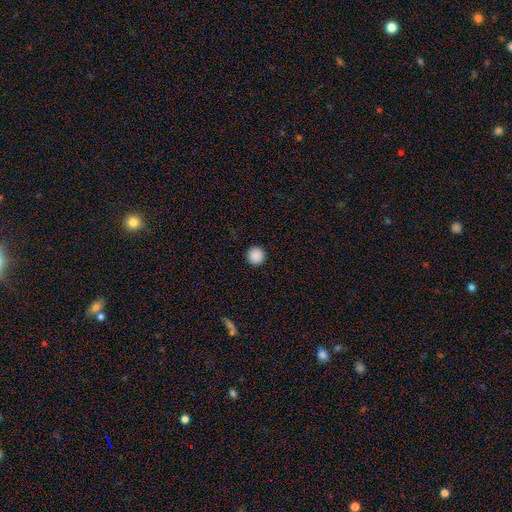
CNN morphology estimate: Smooth or featured? Predicted: smooth (p=0.89). How rounded? Predicted: round (p=0.96). Merging? Predicted: none (p=0.94).